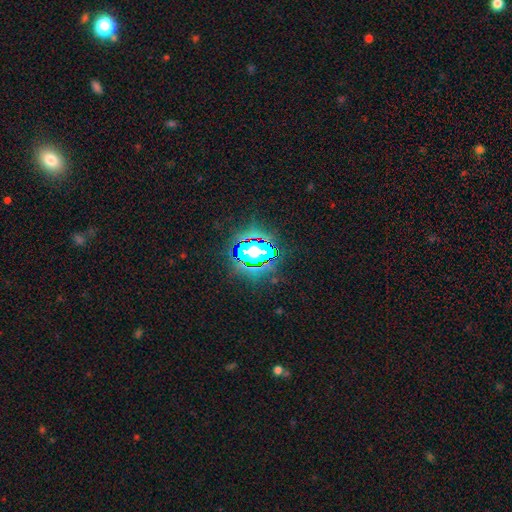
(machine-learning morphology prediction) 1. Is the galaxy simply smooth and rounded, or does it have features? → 80% star or artifact, 12% smooth, 8% featured or disk.